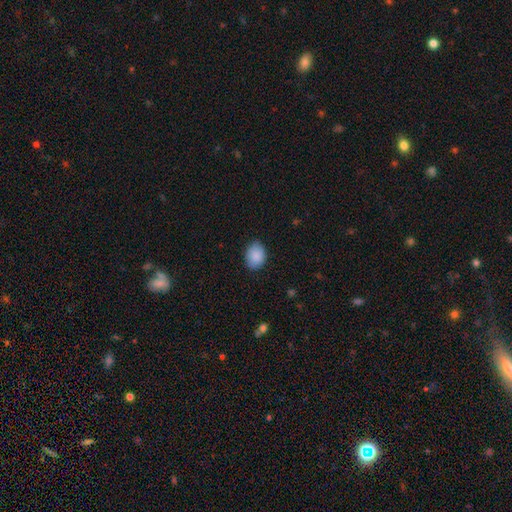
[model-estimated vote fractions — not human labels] Overall: smooth (89%). How rounded: in between (65%; round 34%). Merging: none (81%).